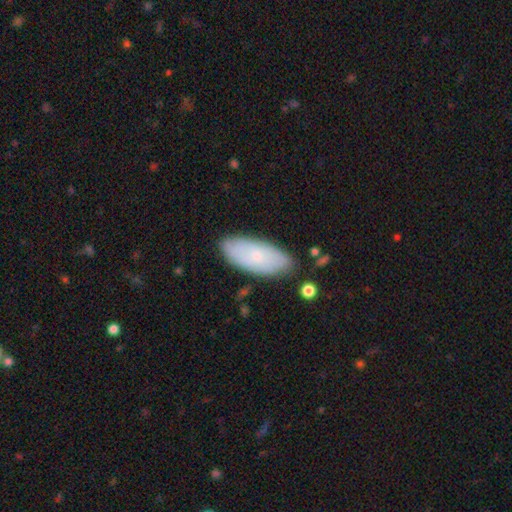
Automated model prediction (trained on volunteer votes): This appears to be a smooth galaxy with no disk features (68%) that is in between round and cigar-shaped (86%). Merging: none (78%).